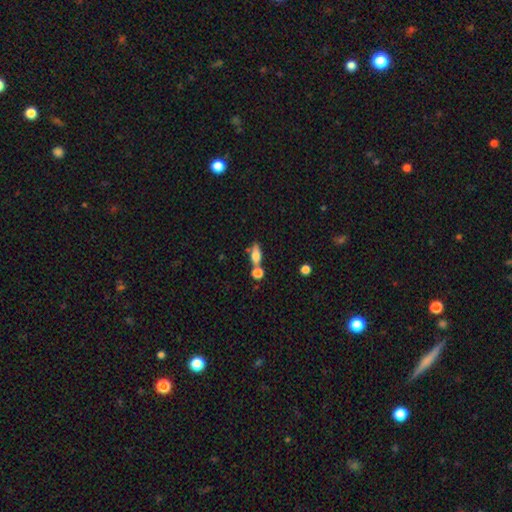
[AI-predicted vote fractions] smooth-or-featured: smooth: 70% | featured or disk: 21% | star or artifact: 9%
  how-rounded: in between: 67% | cigar-shaped: 24% | round: 9%
  merging: none: 51% | merger: 30% | minor disturbance: 13% | major disturbance: 5%